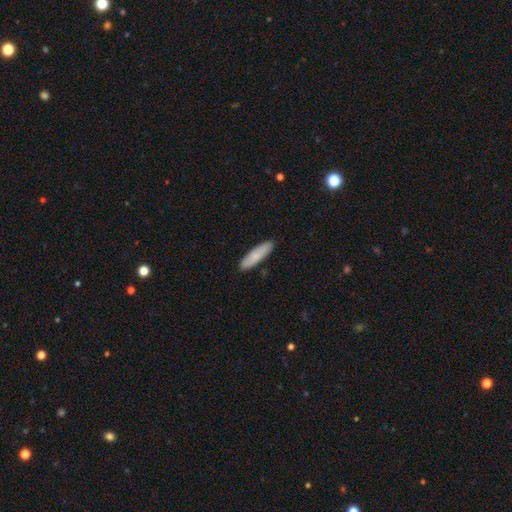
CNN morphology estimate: This appears to be a smooth galaxy with no disk features (80%) that is cigar-shaped (69%). Merging: none (89%).